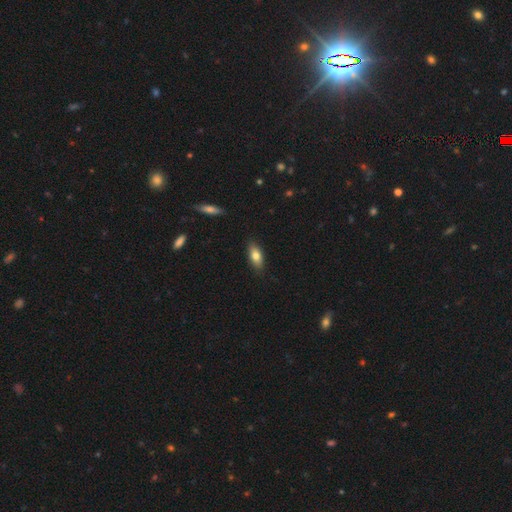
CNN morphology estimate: Q: Smooth or featured?
A: smooth (77%); runner-up: featured or disk (16%)
Q: How rounded?
A: in between (81%); runner-up: cigar-shaped (15%)
Q: Merging?
A: none (86%); runner-up: minor disturbance (11%)